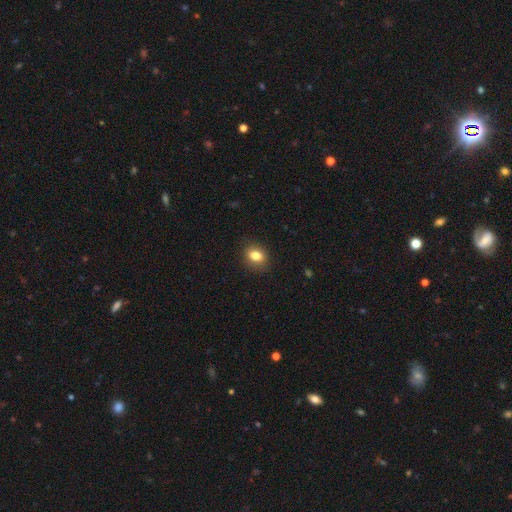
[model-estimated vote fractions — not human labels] smooth 82%, star or artifact 10%, featured or disk 8%. Down the decision tree: how rounded — in between (57%); merging — none (87%).